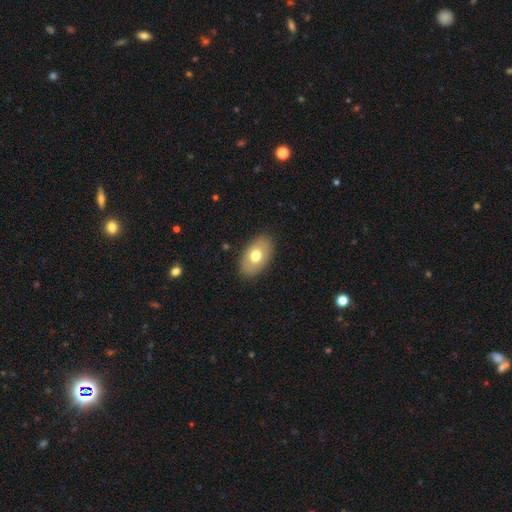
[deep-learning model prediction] Smooth or featured? Predicted: smooth (p=0.67). How rounded? Predicted: in between (p=0.91). Merging? Predicted: none (p=0.86).